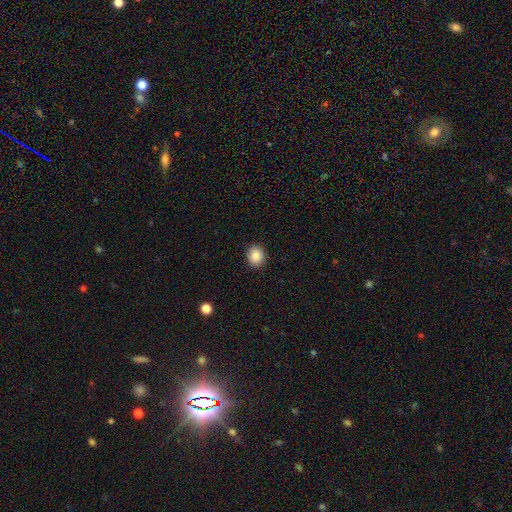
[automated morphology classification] type=smooth (88%); roundness=round (73%); merging=none (90%).